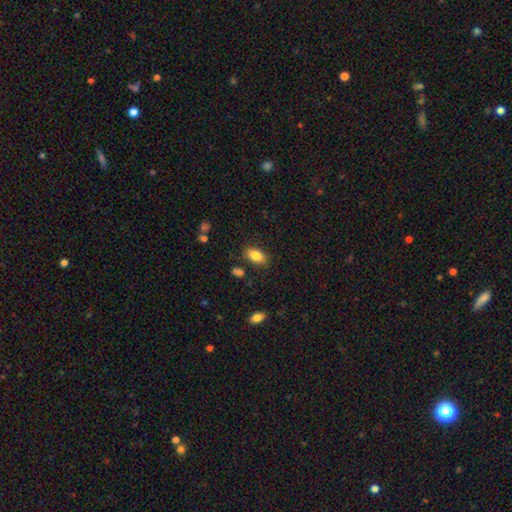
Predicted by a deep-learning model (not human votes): Smooth or featured?
  - smooth: 84% *
  - featured or disk: 8%
  - star or artifact: 8%
How rounded?
  - in between: 91% *
  - round: 5%
  - cigar-shaped: 4%
Merging?
  - none: 82% *
  - minor disturbance: 12%
  - major disturbance: 3%
  - merger: 3%